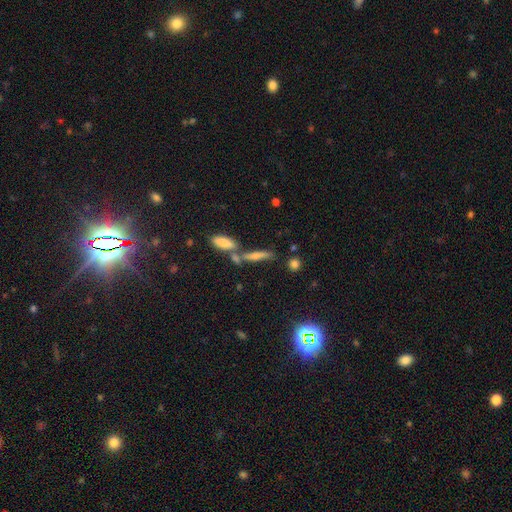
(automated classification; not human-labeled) smooth_or_featured: smooth (p=0.43) [alt: featured or disk p=0.35]
merging: none (p=0.53) [alt: merger p=0.33]